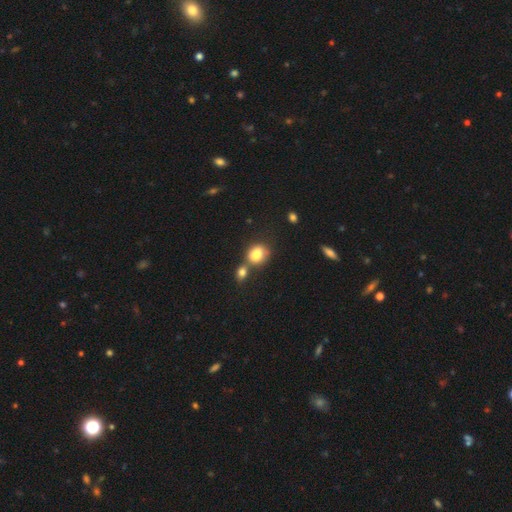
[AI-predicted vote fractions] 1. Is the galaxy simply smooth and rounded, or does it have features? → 80% smooth, 11% featured or disk, 9% star or artifact.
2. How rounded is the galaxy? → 52% in between, 47% round, 1% cigar-shaped.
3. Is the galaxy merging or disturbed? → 45% merger, 35% none, 14% minor disturbance, 6% major disturbance.